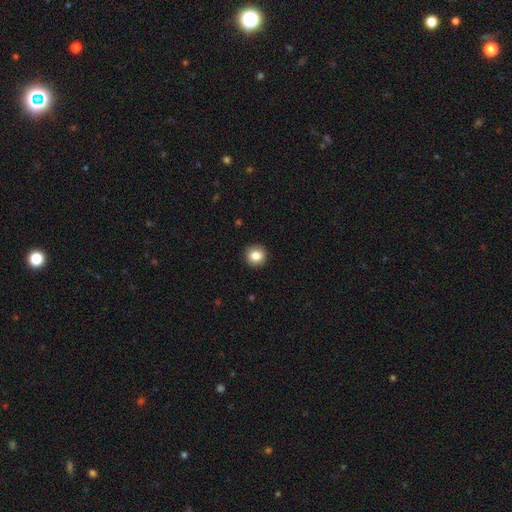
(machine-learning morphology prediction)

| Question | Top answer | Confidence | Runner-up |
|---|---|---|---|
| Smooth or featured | smooth | 84% | star or artifact (9%) |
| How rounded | round | 93% | in between (6%) |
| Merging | none | 93% | minor disturbance (5%) |